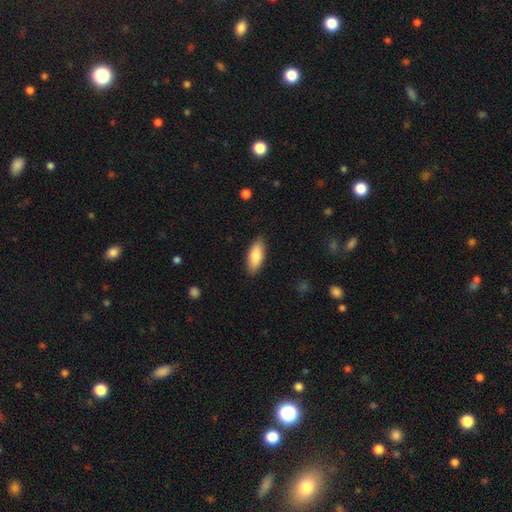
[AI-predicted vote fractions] Smooth or featured: smooth — 82% (featured or disk — 13%)
How rounded: in between — 79% (cigar-shaped — 19%)
Merging: none — 88% (minor disturbance — 9%)